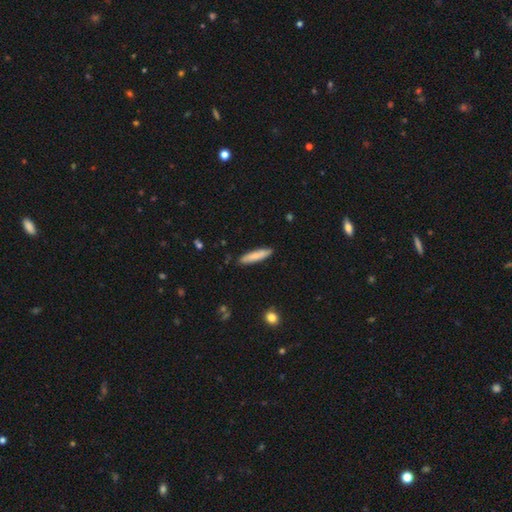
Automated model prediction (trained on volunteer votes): smooth_or_featured: smooth (p=0.80) [alt: featured or disk p=0.15]
how_rounded: cigar-shaped (p=0.83) [alt: in between p=0.16]
merging: none (p=0.87) [alt: minor disturbance p=0.10]